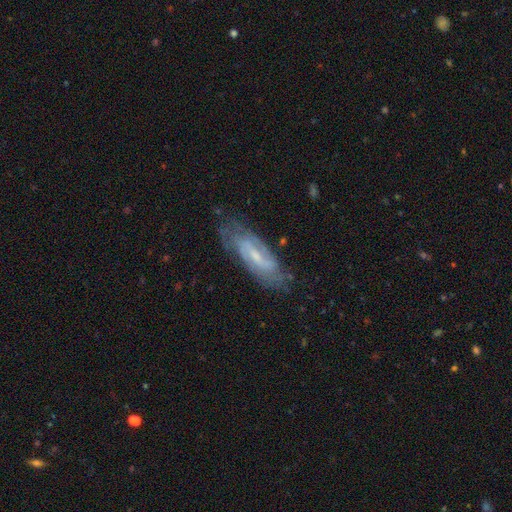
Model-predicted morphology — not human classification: A featured or disk galaxy (74%) with a weak bar (52%), 2 (57%) tight (42%) spiral arms (88%) and a small central bulge (58%).

Vote fractions:
- Smooth or featured? featured or disk: 74% / smooth: 19% / star or artifact: 7%
- Edge-on disk? no: 85% / yes: 15%
- Bar? weak: 52% / no: 24% / strong: 24%
- Spiral arms? yes: 88% / no: 12%
- Spiral winding? tight: 42% / medium: 41% / loose: 17%
- Spiral arm count? 2: 57% / can't tell: 30% / 3: 6% / 1: 3% / 4: 2% / more than 4: 2%
- Bulge size? small: 58% / moderate: 27% / none: 12% / large: 2% / dominant: 1%
- Merging? none: 72% / minor disturbance: 20% / major disturbance: 7% / merger: 2%